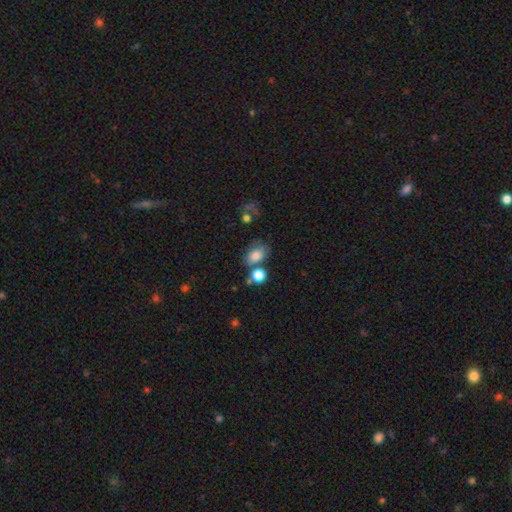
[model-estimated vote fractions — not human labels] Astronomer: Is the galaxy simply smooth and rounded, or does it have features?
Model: smooth — 80%.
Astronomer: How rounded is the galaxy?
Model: in between — 73%.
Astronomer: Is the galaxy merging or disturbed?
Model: none — 54%.